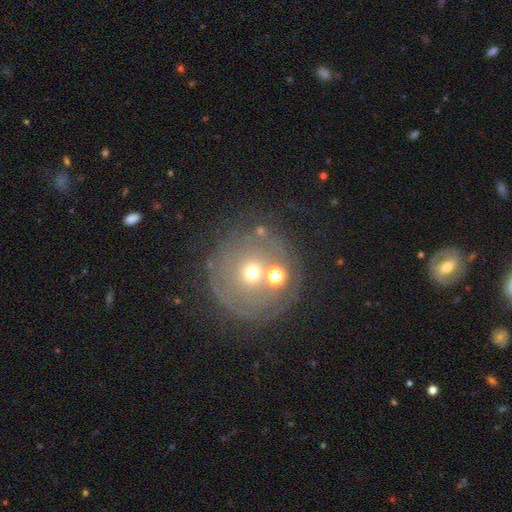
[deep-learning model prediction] Morphology: type=featured or disk (46%); merging=none (69%).